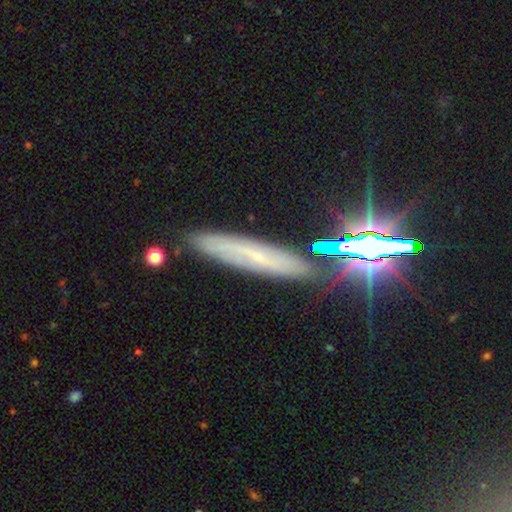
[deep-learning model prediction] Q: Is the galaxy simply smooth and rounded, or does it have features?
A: featured or disk — 45%.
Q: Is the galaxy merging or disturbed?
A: none — 81%.